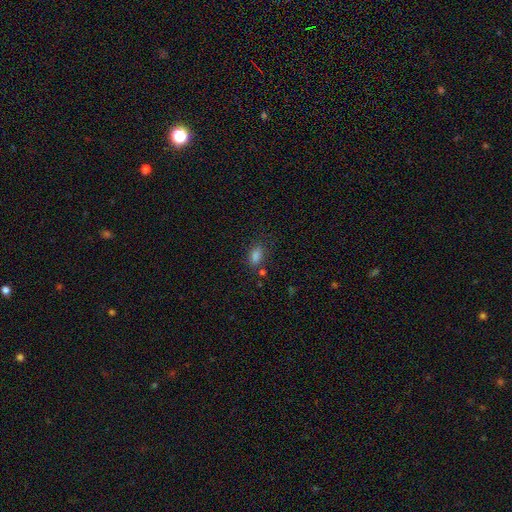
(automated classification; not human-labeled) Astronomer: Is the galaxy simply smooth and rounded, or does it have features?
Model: smooth — 77%.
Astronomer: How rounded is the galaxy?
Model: in between — 82%.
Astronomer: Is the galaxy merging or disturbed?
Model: none — 73%.